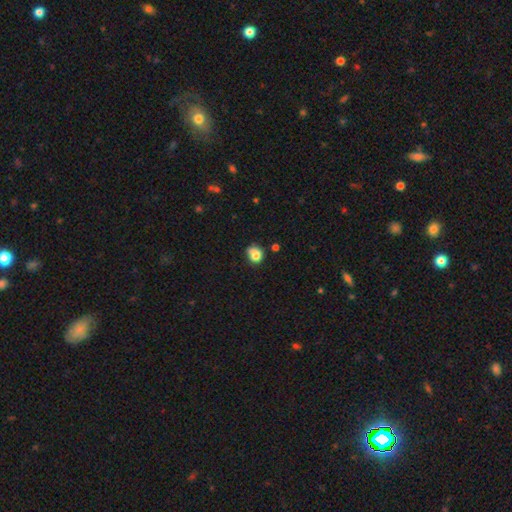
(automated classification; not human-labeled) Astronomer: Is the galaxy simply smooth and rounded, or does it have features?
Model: smooth — 79%.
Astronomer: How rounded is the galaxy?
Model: round — 66%.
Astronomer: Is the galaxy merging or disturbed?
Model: none — 51% (runner-up: minor disturbance, 31%).